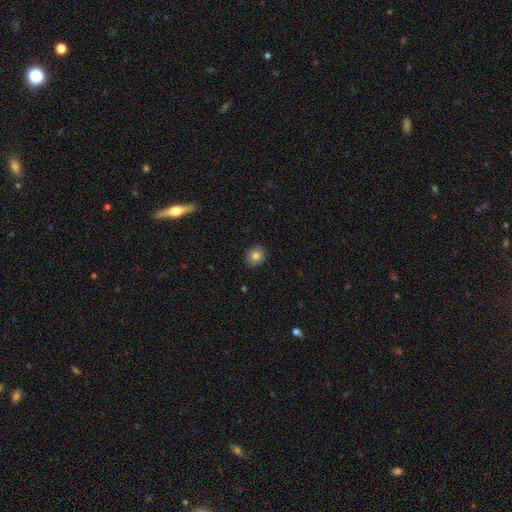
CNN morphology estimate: Smooth or featured? Predicted: smooth (p=0.82). How rounded? Predicted: round (p=0.79). Merging? Predicted: none (p=0.90).